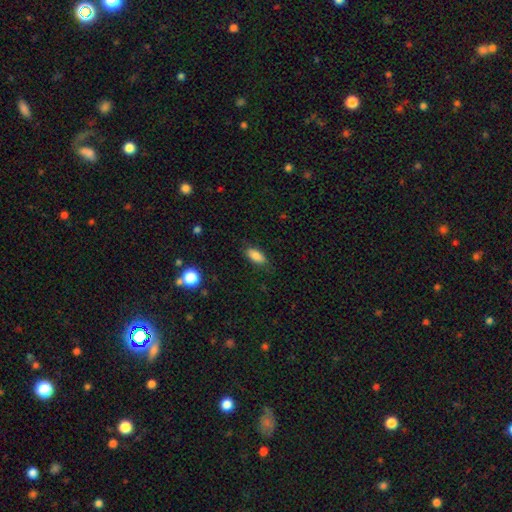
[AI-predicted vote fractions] smooth_or_featured: smooth (p=0.85) [alt: star or artifact p=0.08]
how_rounded: in between (p=0.86) [alt: cigar-shaped p=0.11]
merging: none (p=0.81) [alt: minor disturbance p=0.14]